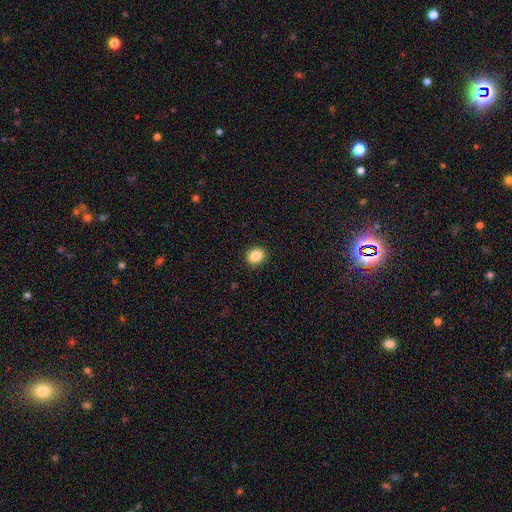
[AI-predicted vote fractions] smooth 86%, star or artifact 10%, featured or disk 5%. Down the decision tree: how rounded — round (61%); merging — none (91%).